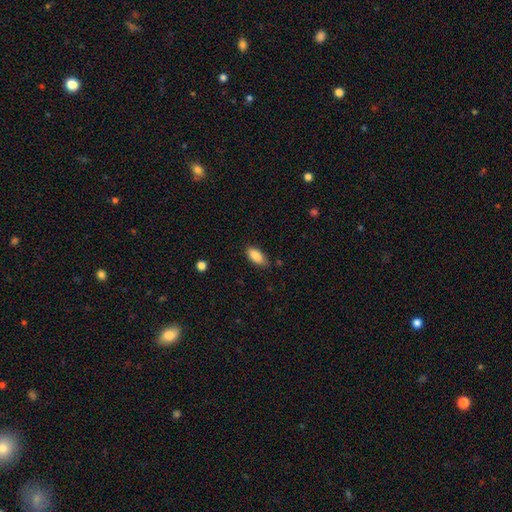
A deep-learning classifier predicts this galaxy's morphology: The model was most divided on "merging": none: 80%, minor disturbance: 16%, major disturbance: 3%, merger: 1%. More confident: how rounded — in between (88%); smooth or featured — smooth (88%).